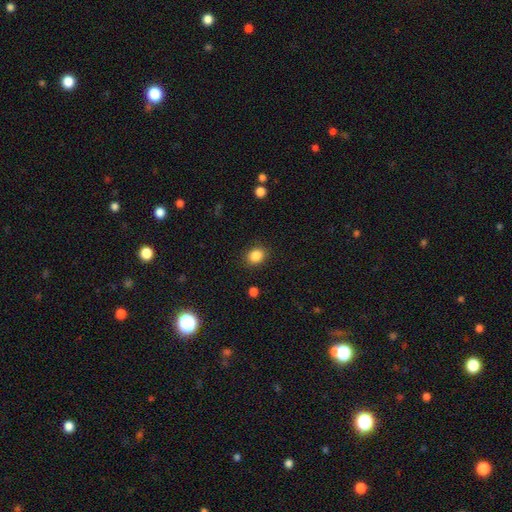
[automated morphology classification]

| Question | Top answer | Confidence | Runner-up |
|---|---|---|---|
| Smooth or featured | smooth | 87% | star or artifact (10%) |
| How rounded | round | 62% | in between (37%) |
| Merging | none | 87% | minor disturbance (9%) |